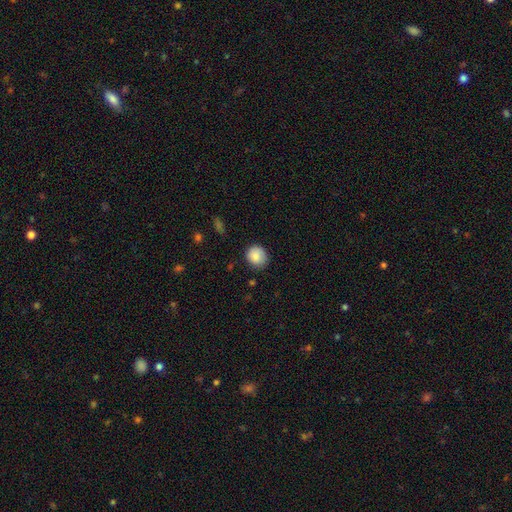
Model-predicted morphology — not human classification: This is clearly a smooth galaxy (86%). How rounded: likely round (80%). Merging: likely none (78%).